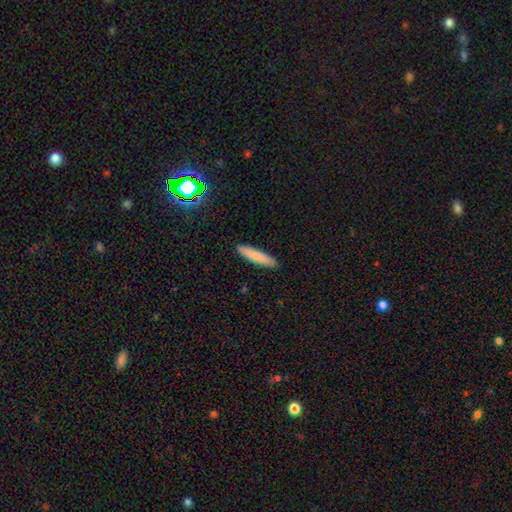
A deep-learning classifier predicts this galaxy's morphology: smooth-or-featured: smooth: 80% | featured or disk: 14% | star or artifact: 6%
  how-rounded: cigar-shaped: 87% | in between: 12% | round: 1%
  merging: none: 91% | minor disturbance: 7% | major disturbance: 1% | merger: 1%